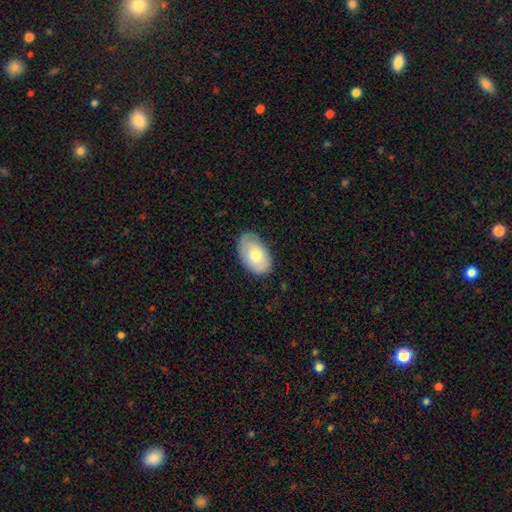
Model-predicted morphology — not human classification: The model was most divided on "smooth or featured": smooth: 68%, featured or disk: 26%, star or artifact: 6%. More confident: how rounded — in between (92%); merging — none (78%).